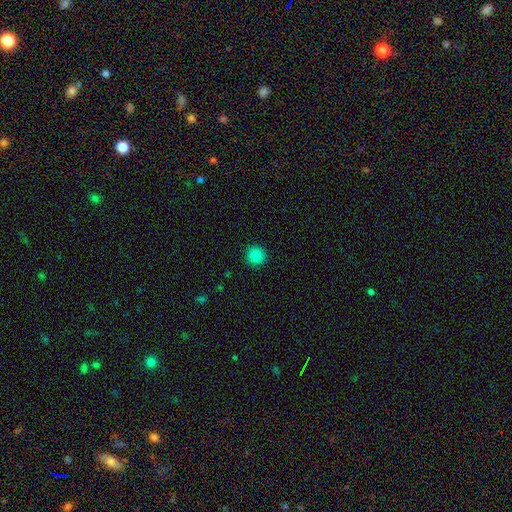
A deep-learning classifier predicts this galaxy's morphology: This appears to be a smooth galaxy with no disk features (86%) that is round (95%). Merging: none (92%).